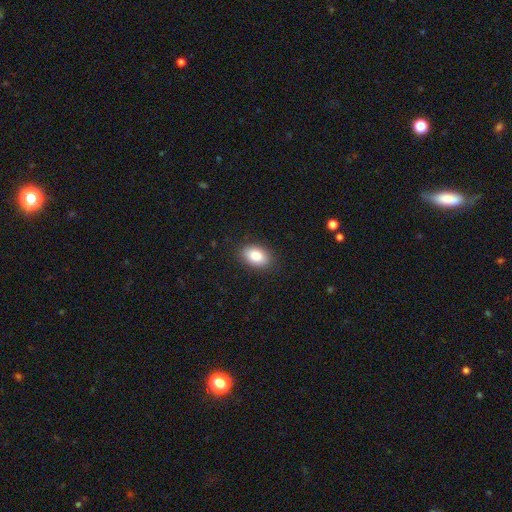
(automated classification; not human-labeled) Q: Smooth or featured?
A: smooth (86%); runner-up: star or artifact (8%)
Q: How rounded?
A: in between (87%); runner-up: round (12%)
Q: Merging?
A: none (88%); runner-up: minor disturbance (9%)